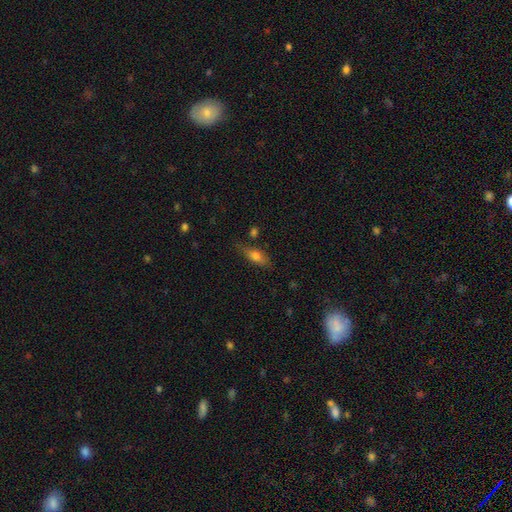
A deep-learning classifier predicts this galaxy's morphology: Smooth or featured? Predicted: smooth (p=0.70). How rounded? Predicted: in between (p=0.72). Merging? Predicted: none (p=0.66).